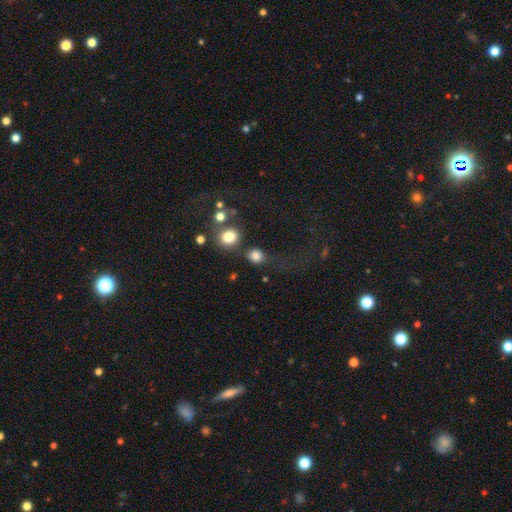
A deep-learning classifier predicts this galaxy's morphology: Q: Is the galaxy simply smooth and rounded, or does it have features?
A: smooth — 81%.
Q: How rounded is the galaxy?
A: round — 71%.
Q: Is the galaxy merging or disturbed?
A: none — 57%.